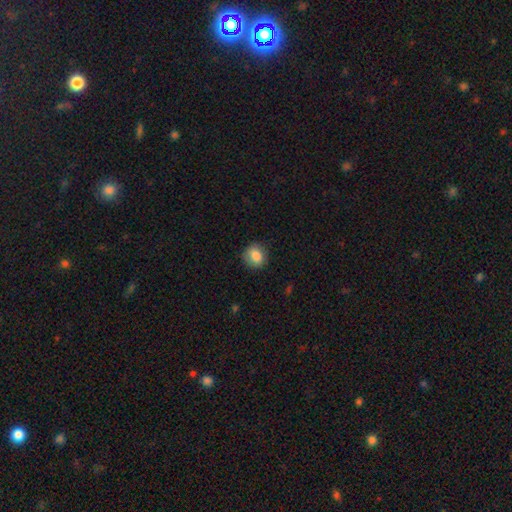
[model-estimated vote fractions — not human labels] smooth-or-featured: smooth: 85% | star or artifact: 8% | featured or disk: 7%
  how-rounded: round: 71% | in between: 28% | cigar-shaped: 1%
  merging: none: 83% | minor disturbance: 13% | major disturbance: 3% | merger: 1%